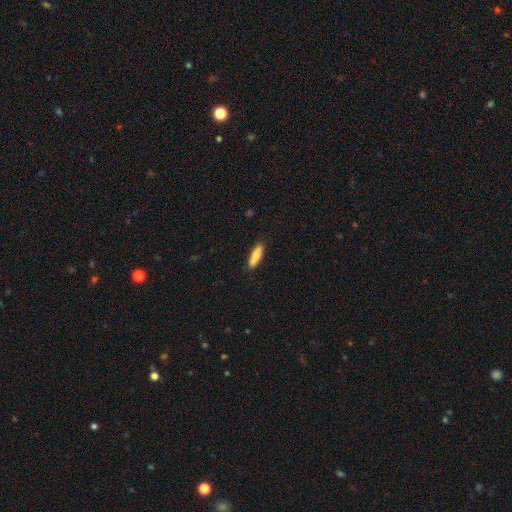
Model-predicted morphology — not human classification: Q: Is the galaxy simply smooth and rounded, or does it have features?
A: smooth — 76%.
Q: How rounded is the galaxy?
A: cigar-shaped — 67%.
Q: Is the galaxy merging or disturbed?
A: none — 87%.